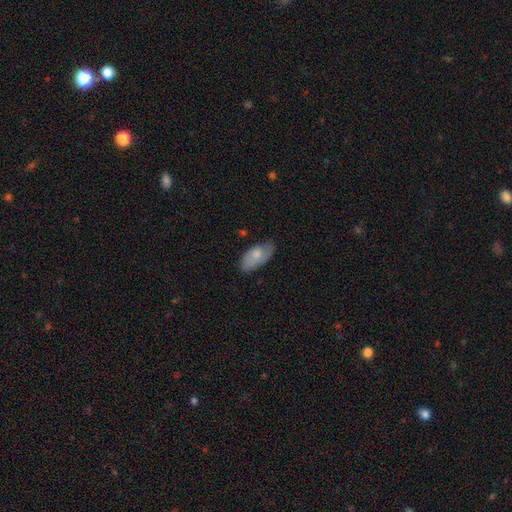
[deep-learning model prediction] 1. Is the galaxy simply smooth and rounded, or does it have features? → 74% smooth, 20% featured or disk, 6% star or artifact.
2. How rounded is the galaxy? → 92% in between, 5% cigar-shaped, 2% round.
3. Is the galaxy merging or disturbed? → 67% none, 26% minor disturbance, 6% major disturbance, 2% merger.